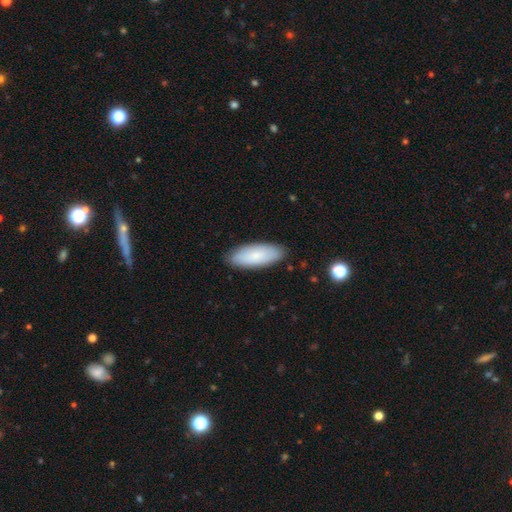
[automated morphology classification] type=smooth (80%); roundness=in between (75%); merging=none (86%).